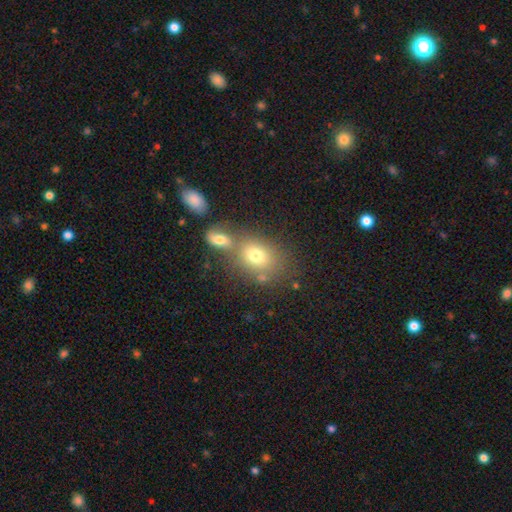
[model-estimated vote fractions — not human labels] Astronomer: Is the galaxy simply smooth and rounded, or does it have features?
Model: smooth — 73%.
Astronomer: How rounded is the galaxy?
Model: in between — 61% (runner-up: round, 38%).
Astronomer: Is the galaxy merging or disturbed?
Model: none — 49% (runner-up: merger, 34%).